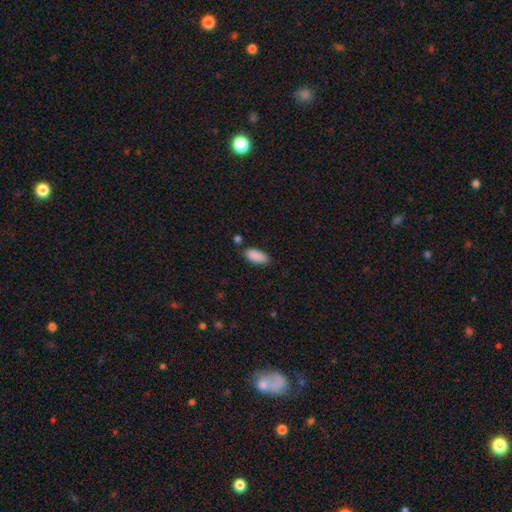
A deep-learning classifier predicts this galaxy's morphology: Smooth or featured?
  - smooth: 90% *
  - star or artifact: 6%
  - featured or disk: 4%
How rounded?
  - in between: 87% *
  - cigar-shaped: 11%
  - round: 2%
Merging?
  - none: 77% *
  - minor disturbance: 15%
  - merger: 5%
  - major disturbance: 3%